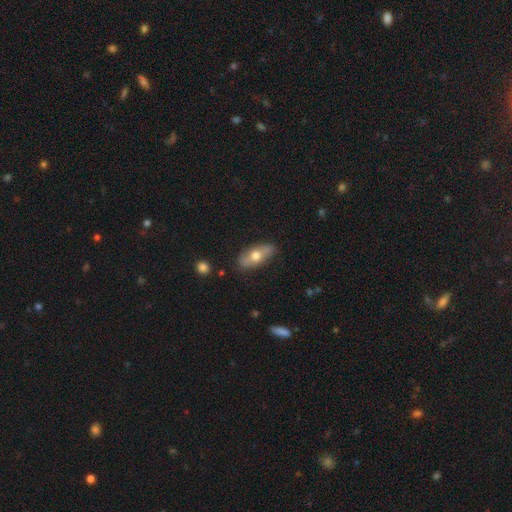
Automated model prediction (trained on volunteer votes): Morphology: type=smooth (57%); roundness=in between (79%); merging=none (82%).